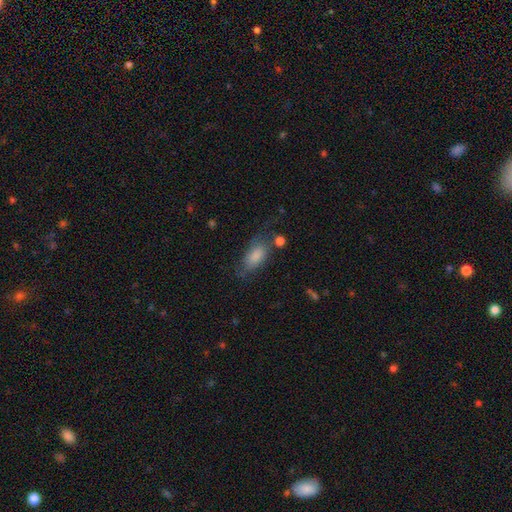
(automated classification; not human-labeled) A smooth galaxy with no disk features (79%) that is in between round and cigar-shaped (88%).

Vote fractions:
- Smooth or featured? smooth: 79% / featured or disk: 13% / star or artifact: 7%
- How rounded? in between: 88% / cigar-shaped: 8% / round: 4%
- Merging? none: 53% / minor disturbance: 26% / major disturbance: 15% / merger: 7%